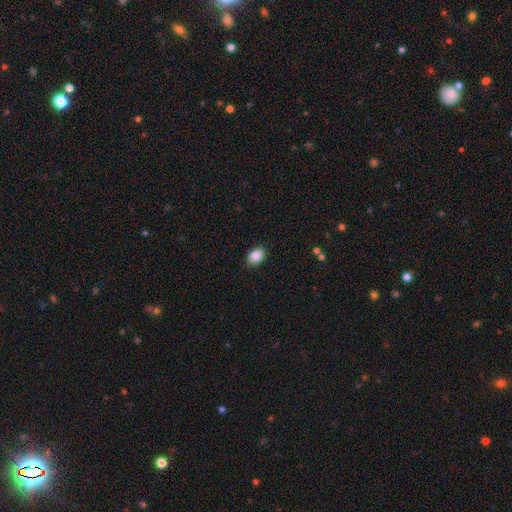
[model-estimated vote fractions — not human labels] smooth_or_featured: smooth (p=0.88) [alt: star or artifact p=0.08]
how_rounded: in between (p=0.68) [alt: round p=0.31]
merging: none (p=0.88) [alt: minor disturbance p=0.09]